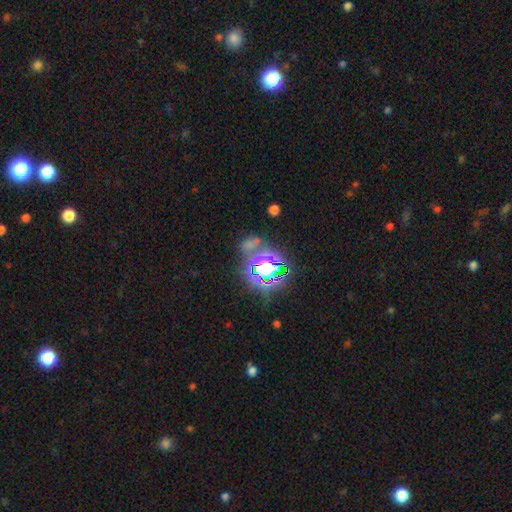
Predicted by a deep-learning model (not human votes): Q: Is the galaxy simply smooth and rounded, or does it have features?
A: star or artifact — 80%.